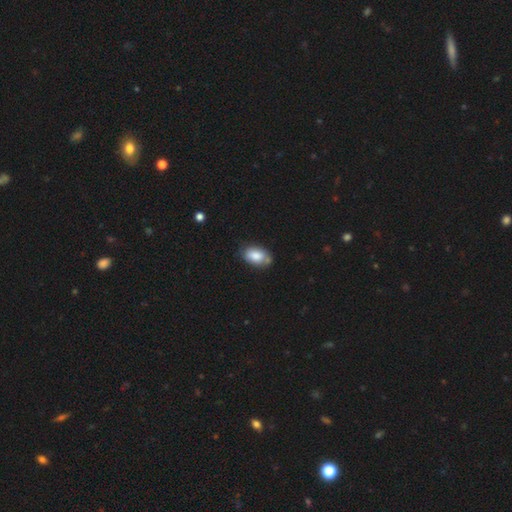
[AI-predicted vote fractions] smooth-or-featured: smooth: 81% | featured or disk: 11% | star or artifact: 7%
  how-rounded: in between: 90% | round: 8% | cigar-shaped: 2%
  merging: none: 66% | minor disturbance: 23% | merger: 7% | major disturbance: 4%